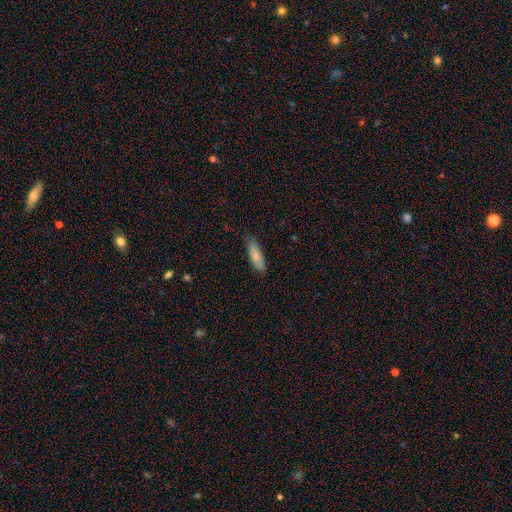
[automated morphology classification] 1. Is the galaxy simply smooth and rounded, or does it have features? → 82% smooth, 13% featured or disk, 6% star or artifact.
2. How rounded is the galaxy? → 54% cigar-shaped, 44% in between, 2% round.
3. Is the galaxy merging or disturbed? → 80% none, 16% minor disturbance, 3% major disturbance, 1% merger.